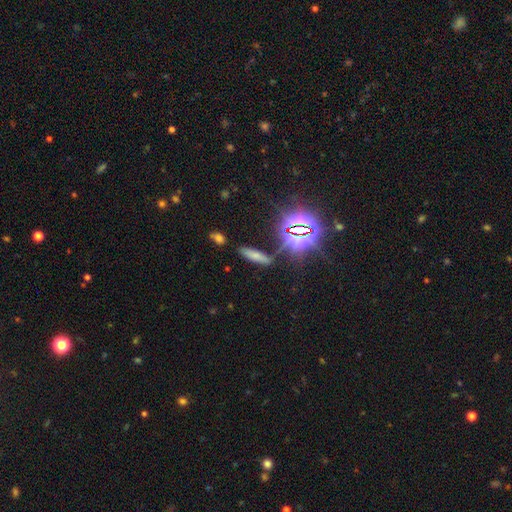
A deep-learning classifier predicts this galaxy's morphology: Overall: smooth (59%; star or artifact 27%). How rounded: cigar-shaped (64%; in between 33%). Merging: none (73%).